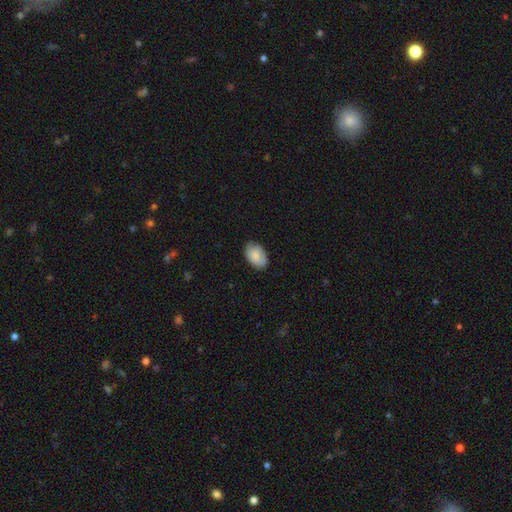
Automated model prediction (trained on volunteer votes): smooth-or-featured: smooth: 84% | featured or disk: 10% | star or artifact: 6%
  how-rounded: in between: 89% | round: 9% | cigar-shaped: 1%
  merging: none: 81% | minor disturbance: 15% | major disturbance: 3% | merger: 1%